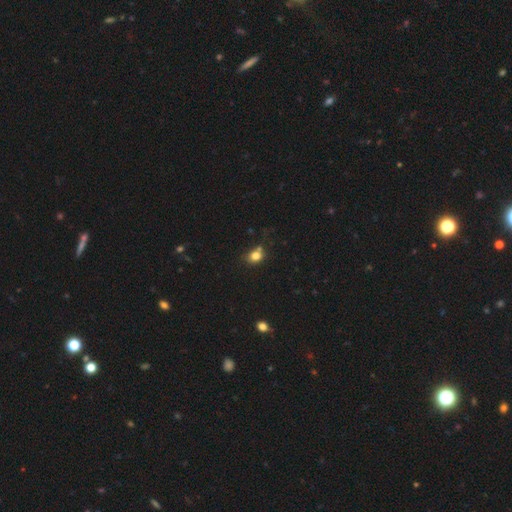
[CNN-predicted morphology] Smooth or featured? Predicted: smooth (p=0.79). How rounded? Predicted: round (p=0.60). Merging? Predicted: none (p=0.62).